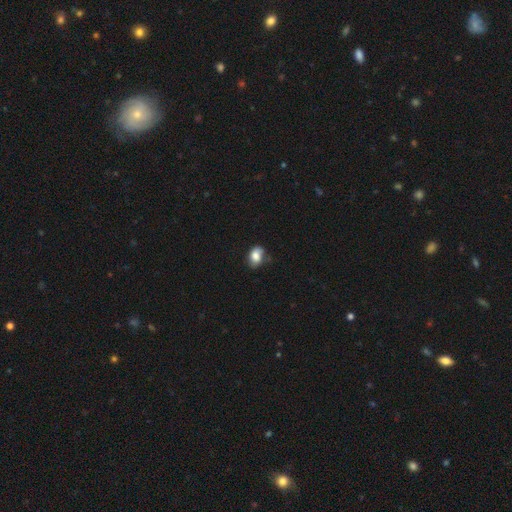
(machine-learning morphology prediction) Q: Smooth or featured?
A: smooth (80%); runner-up: featured or disk (12%)
Q: How rounded?
A: in between (78%); runner-up: round (21%)
Q: Merging?
A: none (58%); runner-up: minor disturbance (30%)